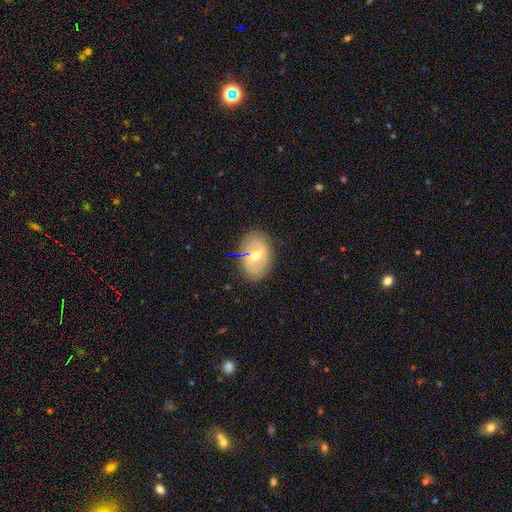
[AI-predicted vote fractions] This appears to be a featured or disk galaxy (56%) with a weak bar (48%), no spiral arms (57%) and a moderate central bulge (71%). Merging: none (80%).